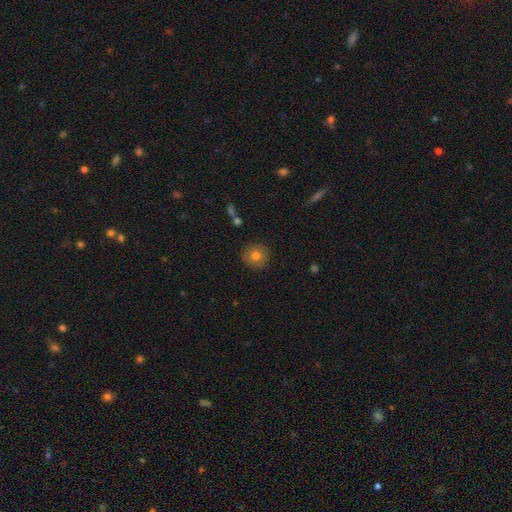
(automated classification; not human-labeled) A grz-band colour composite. It shows a smooth galaxy with no disk features (77%) that is round (93%). Merging: none (88%).